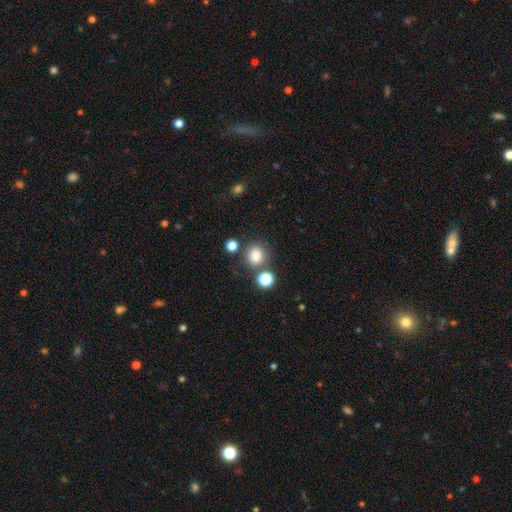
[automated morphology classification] type=smooth (81%); roundness=round (78%); merging=none (74%).